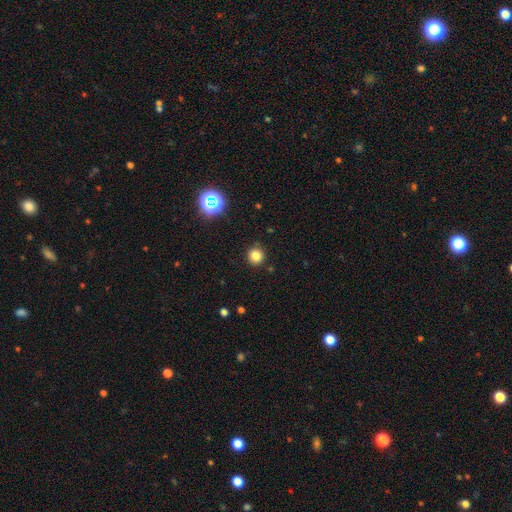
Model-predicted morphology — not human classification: Smooth or featured? Predicted: smooth (p=0.80). How rounded? Predicted: round (p=0.93). Merging? Predicted: none (p=0.89).